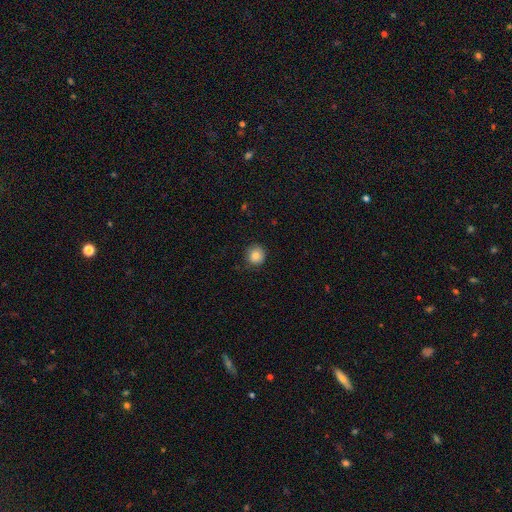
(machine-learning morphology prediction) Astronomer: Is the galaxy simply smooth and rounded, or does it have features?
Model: smooth — 84%.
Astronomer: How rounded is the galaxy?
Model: round — 92%.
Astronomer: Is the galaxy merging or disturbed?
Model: none — 86%.